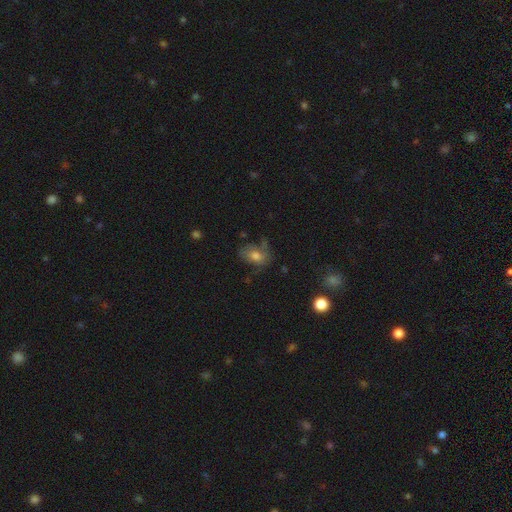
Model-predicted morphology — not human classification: This appears to be a smooth galaxy with no disk features (67%) that is in between round and cigar-shaped (75%). Merging: none (55%).